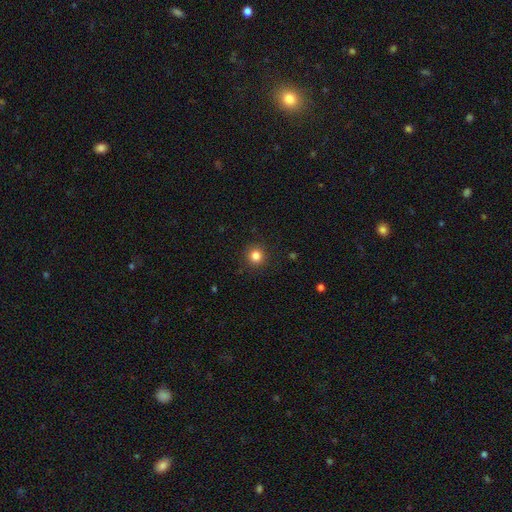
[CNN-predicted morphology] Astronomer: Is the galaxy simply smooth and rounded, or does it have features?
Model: smooth — 83%.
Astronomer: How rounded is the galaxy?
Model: round — 93%.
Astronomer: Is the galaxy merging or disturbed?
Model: none — 91%.